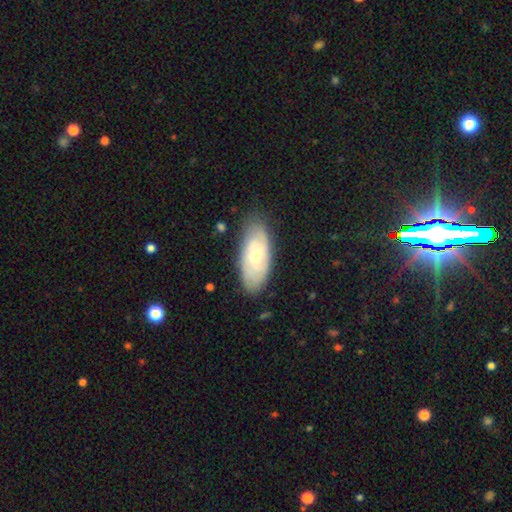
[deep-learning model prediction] smooth-or-featured: featured or disk: 58% | smooth: 36% | star or artifact: 6%
  disk-edge-on: no: 89% | yes: 11%
    bar: no: 75% | weak: 22% | strong: 3%
    has-spiral-arms: yes: 80% | no: 20%
    bulge-size: small: 50% | moderate: 45% | large: 2% | none: 1% | dominant: 1%
  merging: none: 78% | minor disturbance: 17% | major disturbance: 3% | merger: 1%